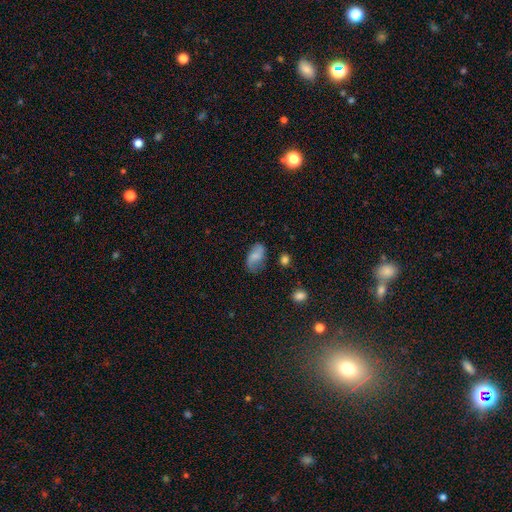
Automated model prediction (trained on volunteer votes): Morphology: type=smooth (54%); roundness=in between (90%); merging=none (59%).